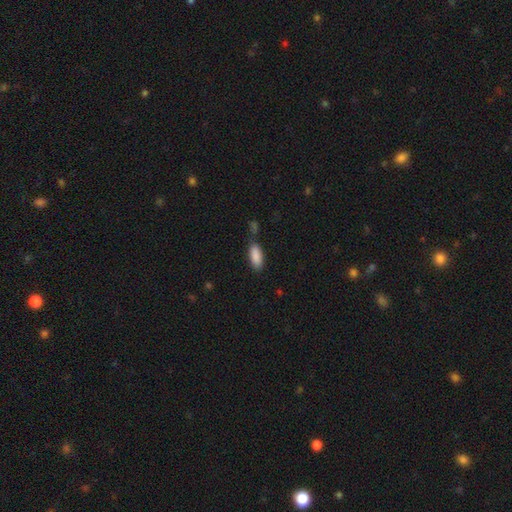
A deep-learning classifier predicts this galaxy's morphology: type=smooth (88%); roundness=in between (81%); merging=none (67%).